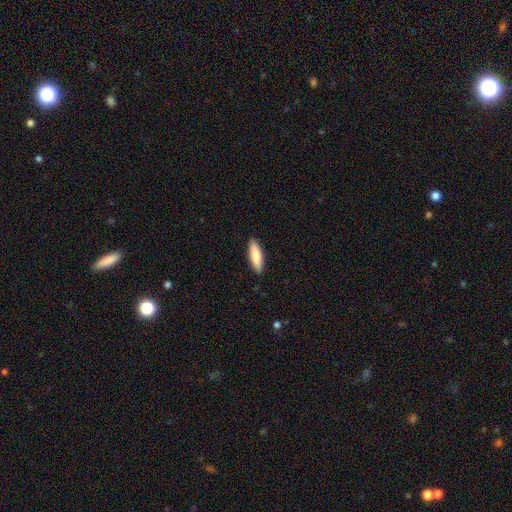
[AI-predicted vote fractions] This is clearly a smooth galaxy (83%). How rounded: likely cigar-shaped (64%). Merging: clearly none (90%).